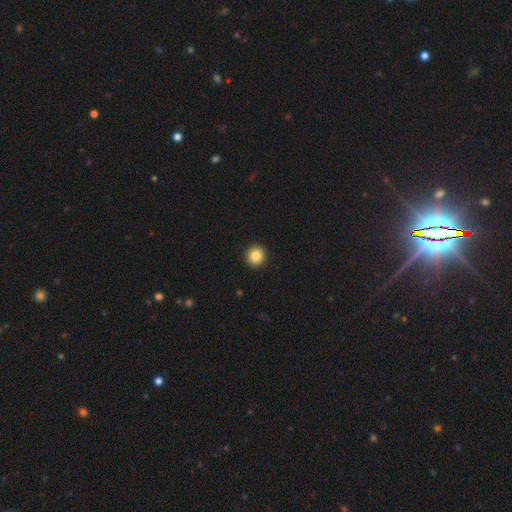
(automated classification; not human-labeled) smooth_or_featured: smooth (p=0.86) [alt: star or artifact p=0.10]
how_rounded: round (p=0.95) [alt: in between p=0.04]
merging: none (p=0.94) [alt: minor disturbance p=0.04]